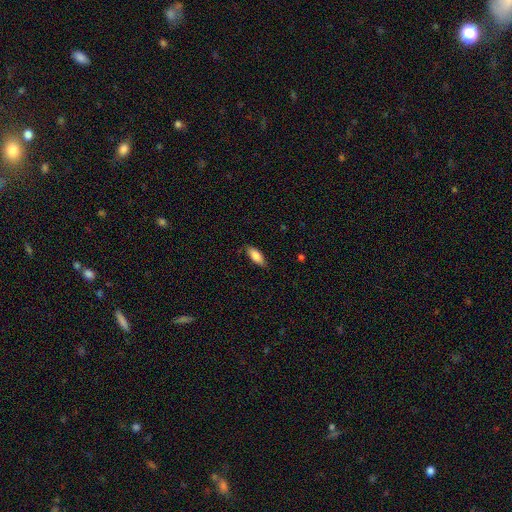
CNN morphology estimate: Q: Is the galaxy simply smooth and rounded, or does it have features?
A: smooth — 85%.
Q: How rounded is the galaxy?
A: in between — 77%.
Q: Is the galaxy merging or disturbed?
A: none — 80%.